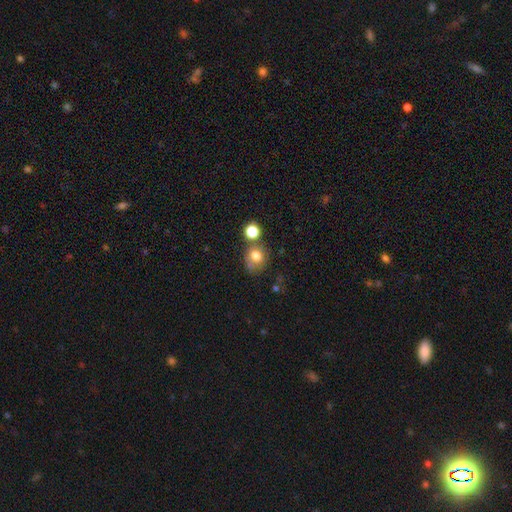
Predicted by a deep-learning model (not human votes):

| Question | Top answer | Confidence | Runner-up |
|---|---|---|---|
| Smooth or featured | smooth | 75% | star or artifact (13%) |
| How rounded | round | 71% | in between (28%) |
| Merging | none | 55% | merger (21%) |